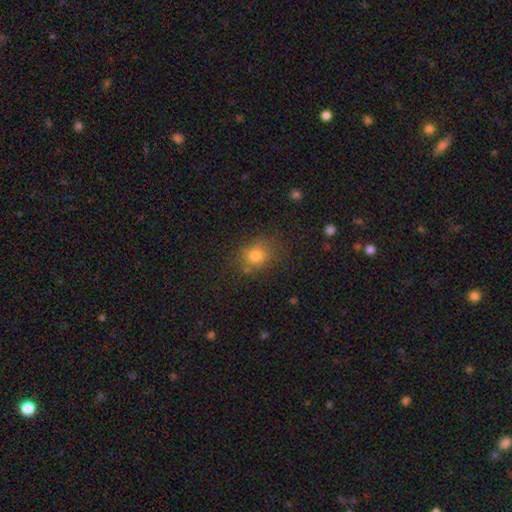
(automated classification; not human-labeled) Overall: smooth (76%). How rounded: round (70%). Merging: none (70%).